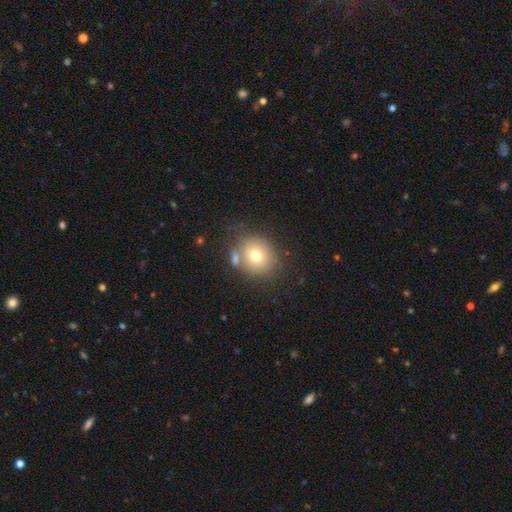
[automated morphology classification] smooth-or-featured: smooth: 71% | featured or disk: 17% | star or artifact: 12%
  how-rounded: round: 79% | in between: 20% | cigar-shaped: 1%
  merging: none: 67% | merger: 15% | minor disturbance: 12% | major disturbance: 5%